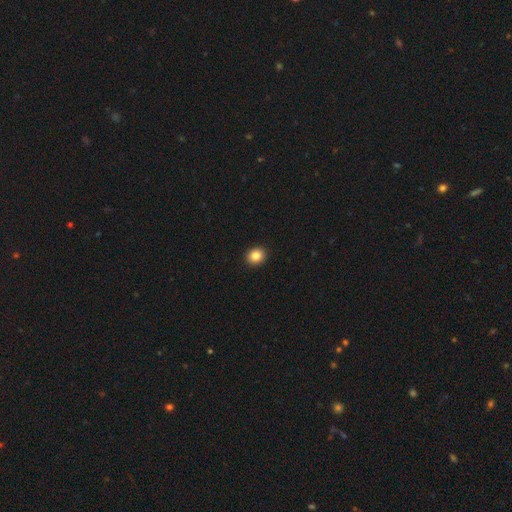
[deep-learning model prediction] Smooth or featured? smooth (85%)
How rounded? round (73%)
Merging? none (93%)